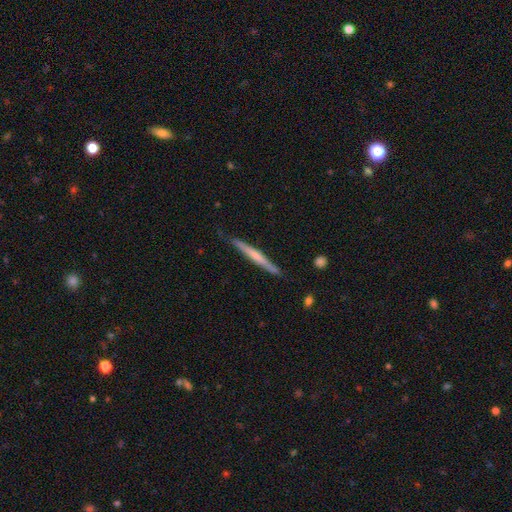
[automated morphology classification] A featured or disk galaxy (52%) viewed edge-on (97%) with no central bulge (56%). Merging: none (82%).